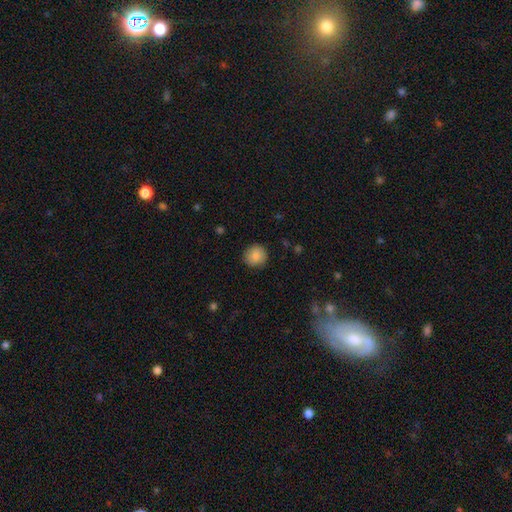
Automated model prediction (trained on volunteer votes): Smooth or featured: smooth — 86% (star or artifact — 8%)
How rounded: round — 93% (in between — 6%)
Merging: none — 89% (minor disturbance — 8%)